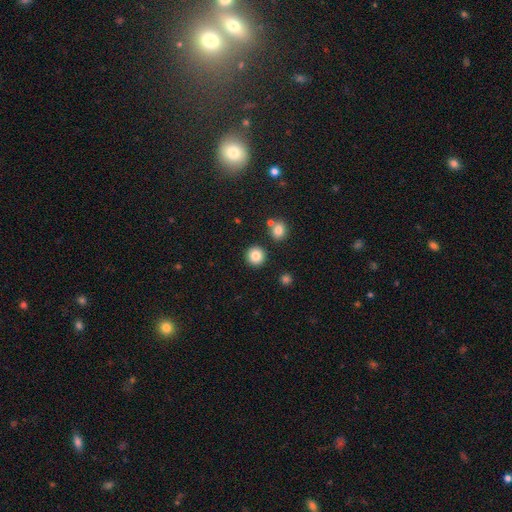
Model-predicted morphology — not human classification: Smooth or featured: smooth — 85% (star or artifact — 10%)
How rounded: round — 94% (in between — 5%)
Merging: none — 89% (minor disturbance — 5%)